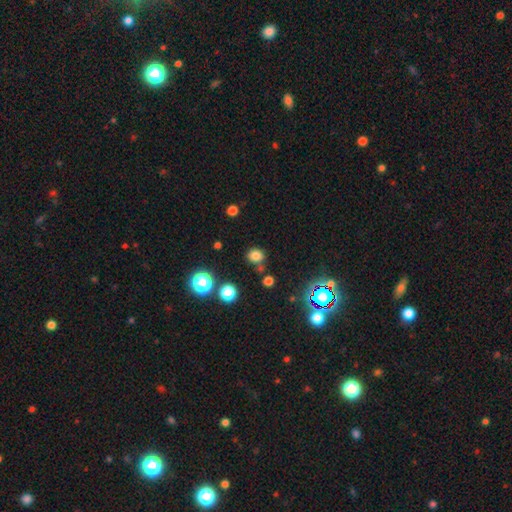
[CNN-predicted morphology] smooth_or_featured: smooth (p=0.75) [alt: star or artifact p=0.19]
how_rounded: round (p=0.72) [alt: in between p=0.27]
merging: none (p=0.76) [alt: minor disturbance p=0.12]